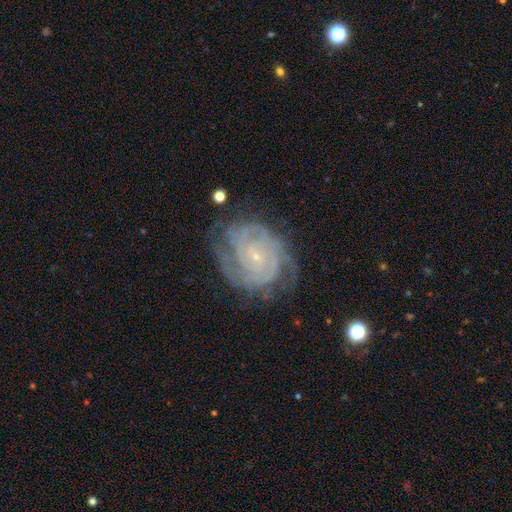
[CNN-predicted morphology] smooth-or-featured: featured or disk: 84% | star or artifact: 9% | smooth: 7%
  disk-edge-on: no: 97% | yes: 3%
    bar: no: 69% | weak: 23% | strong: 8%
    has-spiral-arms: yes: 97% | no: 3%
      spiral-winding: tight: 75% | medium: 21% | loose: 4%
      spiral-arm-count: can't tell: 24% | 3: 22% | 2: 20% | 4: 19% | more than 4: 9% | 1: 7%
    bulge-size: small: 82% | moderate: 12% | none: 3% | large: 1% | dominant: 1%
  merging: none: 75% | minor disturbance: 17% | major disturbance: 6% | merger: 2%